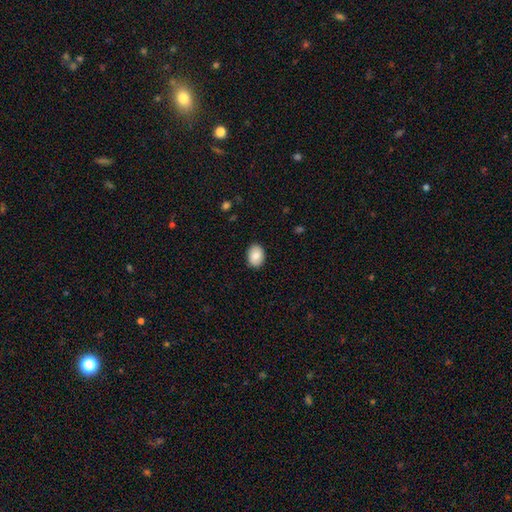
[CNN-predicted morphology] This appears to be a smooth galaxy with no disk features (85%) that is in between round and cigar-shaped (75%). Merging: none (88%).